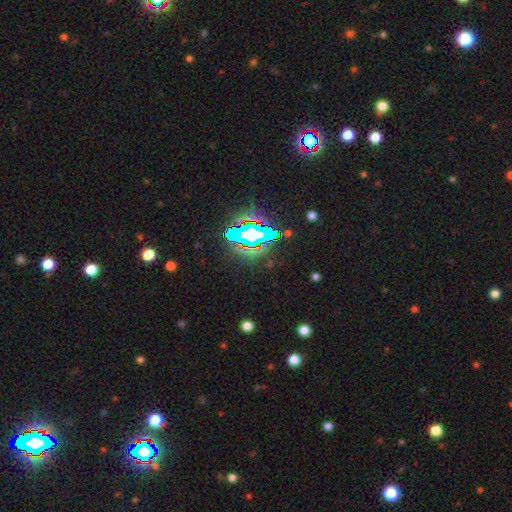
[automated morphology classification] This appears to be a star or artifact, not a galaxy (81%).